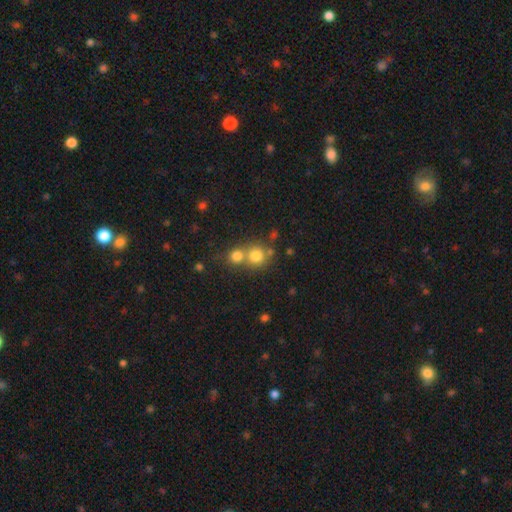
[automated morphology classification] This appears to be a smooth galaxy with no disk features (77%) that is round (88%). Merging: merger (45%, tied with none).